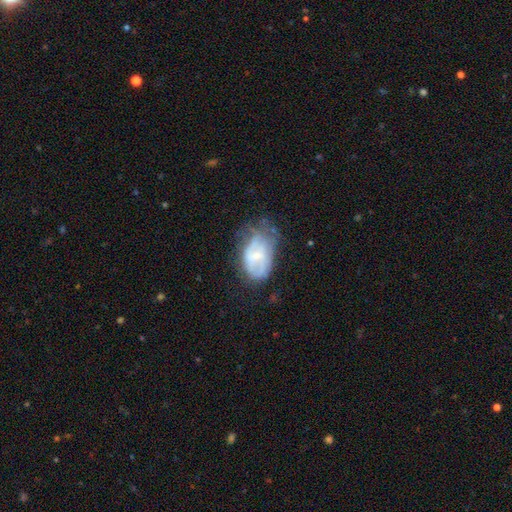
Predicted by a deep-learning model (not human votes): Q: Smooth or featured?
A: featured or disk (52%); runner-up: smooth (39%)
Q: Edge-on disk?
A: no (96%); runner-up: yes (4%)
Q: Merging?
A: none (39%); runner-up: minor disturbance (35%)